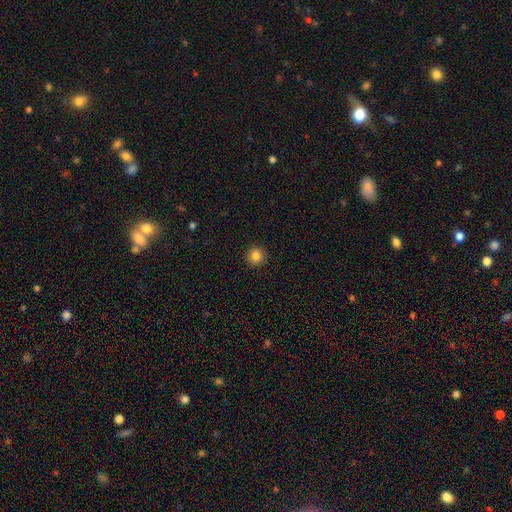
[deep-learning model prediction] smooth 84%, star or artifact 11%, featured or disk 5%. Down the decision tree: how rounded — round (95%); merging — none (93%).